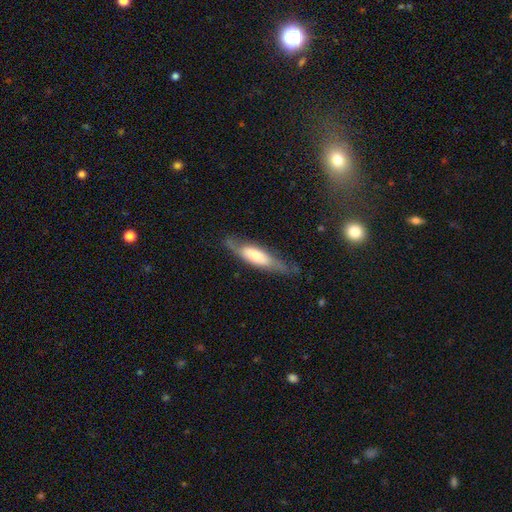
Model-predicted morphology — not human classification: This is possibly a smooth galaxy (48%). Merging: likely none (62%).